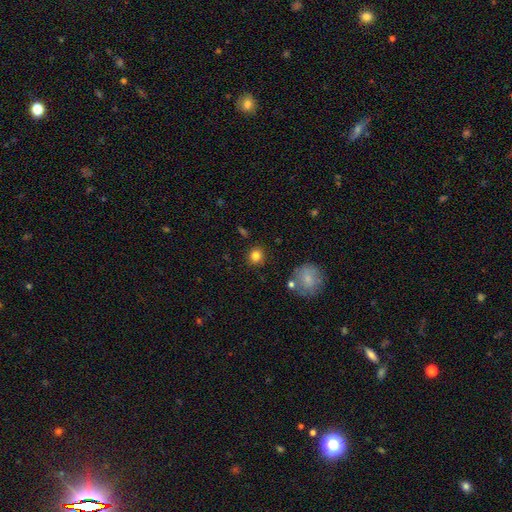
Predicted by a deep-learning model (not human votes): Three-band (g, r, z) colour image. It shows a smooth galaxy with no disk features (83%) that is round (87%). Merging: none (87%).